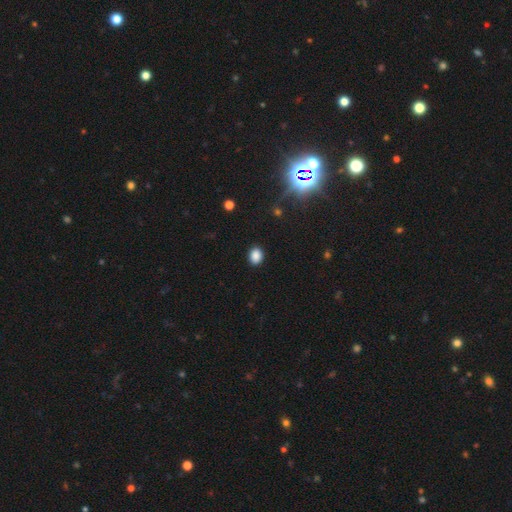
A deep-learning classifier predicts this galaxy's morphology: smooth_or_featured: smooth (p=0.86) [alt: star or artifact p=0.11]
how_rounded: in between (p=0.55) [alt: round p=0.44]
merging: none (p=0.89) [alt: minor disturbance p=0.08]